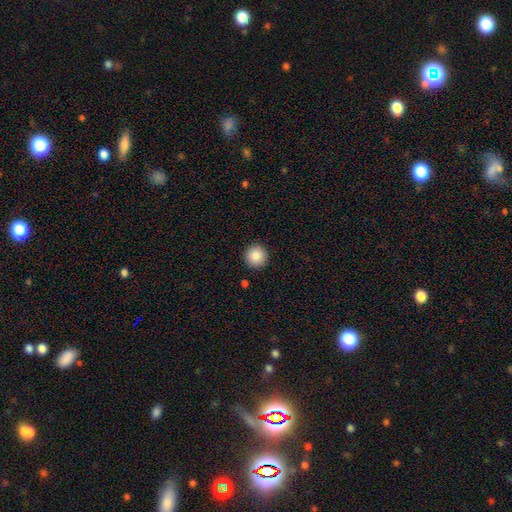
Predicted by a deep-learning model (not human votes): Overall: smooth (86%). How rounded: round (96%). Merging: none (92%).